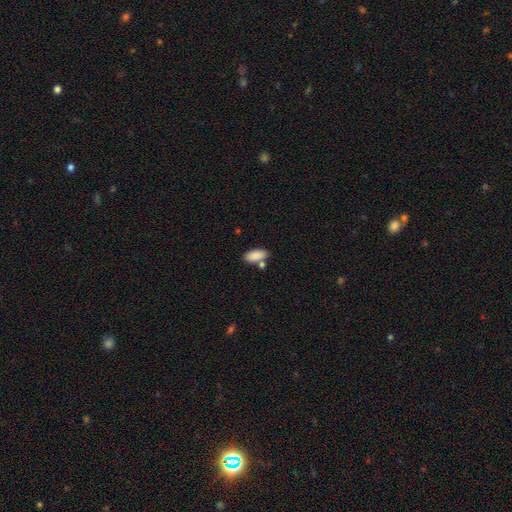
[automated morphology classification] This appears to be a smooth galaxy with no disk features (88%) that is in between round and cigar-shaped (89%). Merging: none (71%).